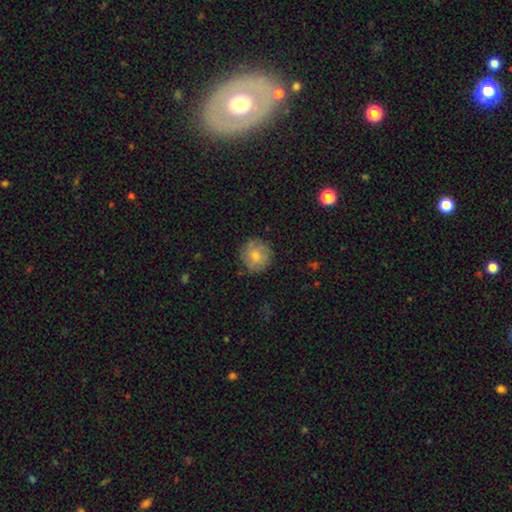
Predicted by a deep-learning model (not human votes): Q: Smooth or featured?
A: smooth (57%); runner-up: featured or disk (34%)
Q: How rounded?
A: round (93%); runner-up: in between (6%)
Q: Merging?
A: none (81%); runner-up: minor disturbance (13%)